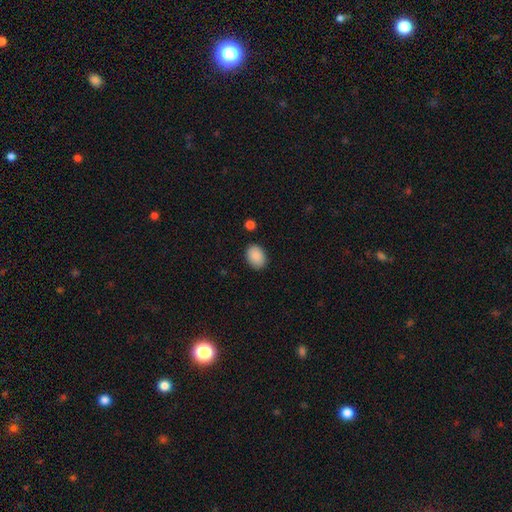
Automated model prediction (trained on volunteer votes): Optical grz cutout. It shows a smooth galaxy with no disk features (88%) that is in between round and cigar-shaped (79%). Merging: none (87%).